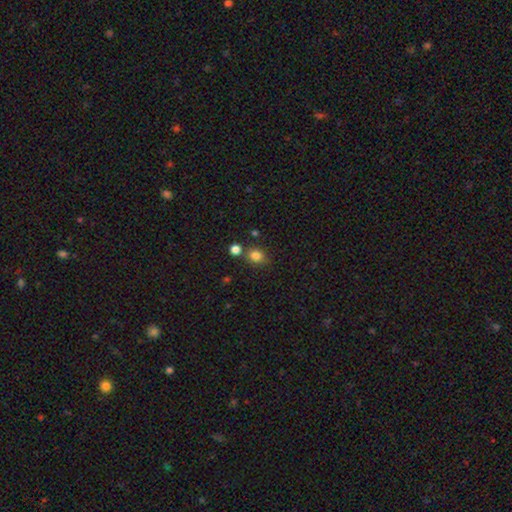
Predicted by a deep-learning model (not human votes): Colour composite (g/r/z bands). It shows a smooth galaxy with no disk features (82%) that is round (59%). Merging: none (72%).